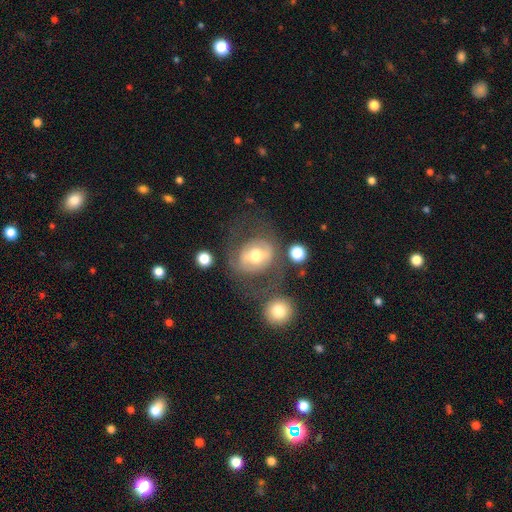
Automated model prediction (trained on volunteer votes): The model was most divided on "bar": no: 38%, weak: 33%, strong: 29%. More confident: edge-on disk — no (94%); bulge size — moderate (69%); spiral arms — no (62%); smooth or featured — featured or disk (55%); merging — none (54%).